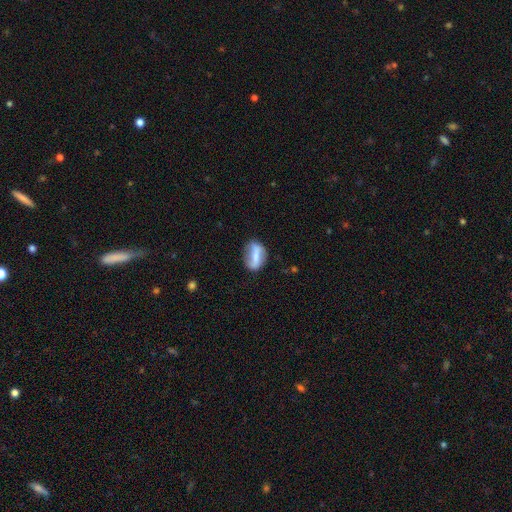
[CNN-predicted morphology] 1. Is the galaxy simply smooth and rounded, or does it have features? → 51% smooth, 41% featured or disk, 8% star or artifact.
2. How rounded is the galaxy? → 74% in between, 16% round, 11% cigar-shaped.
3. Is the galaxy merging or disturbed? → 70% none, 20% minor disturbance, 8% major disturbance, 3% merger.